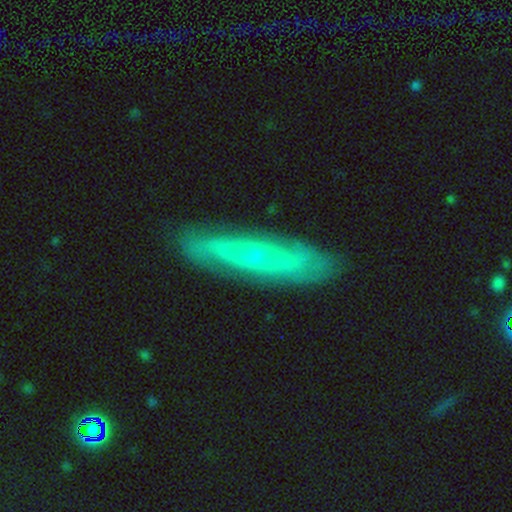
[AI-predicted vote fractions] Q: Smooth or featured?
A: featured or disk (63%); runner-up: smooth (31%)
Q: Edge-on disk?
A: no (62%); runner-up: yes (38%)
Q: Merging?
A: none (80%); runner-up: minor disturbance (15%)